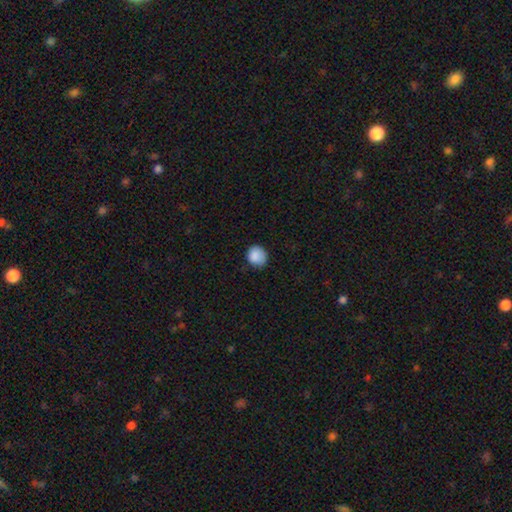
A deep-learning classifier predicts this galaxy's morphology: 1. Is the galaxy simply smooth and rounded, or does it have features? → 88% smooth, 8% star or artifact, 4% featured or disk.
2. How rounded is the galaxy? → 81% round, 18% in between, 1% cigar-shaped.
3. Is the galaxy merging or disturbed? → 75% none, 20% minor disturbance, 3% major disturbance, 1% merger.